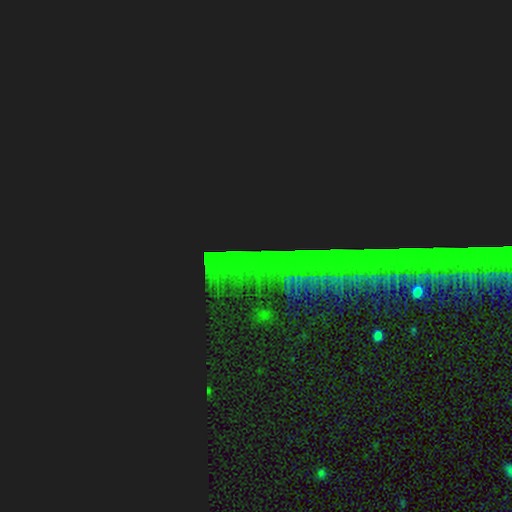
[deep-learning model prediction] smooth_or_featured: star or artifact (p=0.84) [alt: featured or disk p=0.09]